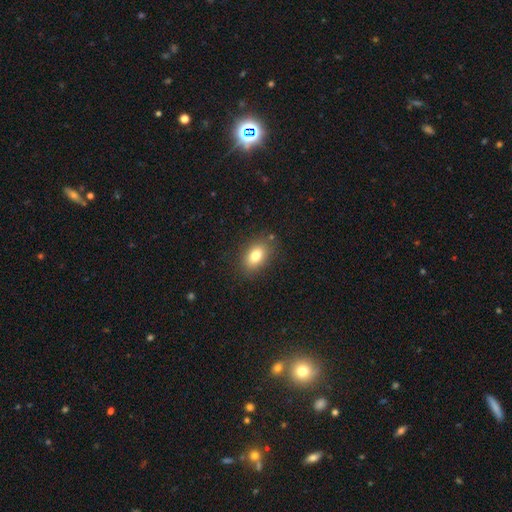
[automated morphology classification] smooth-or-featured: smooth: 79% | featured or disk: 11% | star or artifact: 10%
  how-rounded: in between: 83% | round: 16% | cigar-shaped: 2%
  merging: none: 84% | minor disturbance: 11% | major disturbance: 3% | merger: 2%